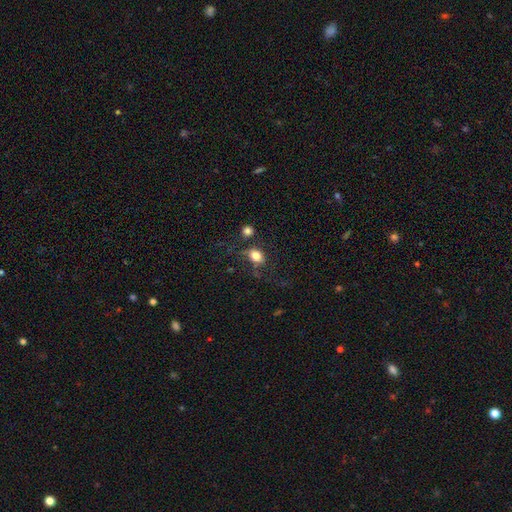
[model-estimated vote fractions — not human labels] Morphology: type=smooth (80%); roundness=in between (65%); merging=none (55%).